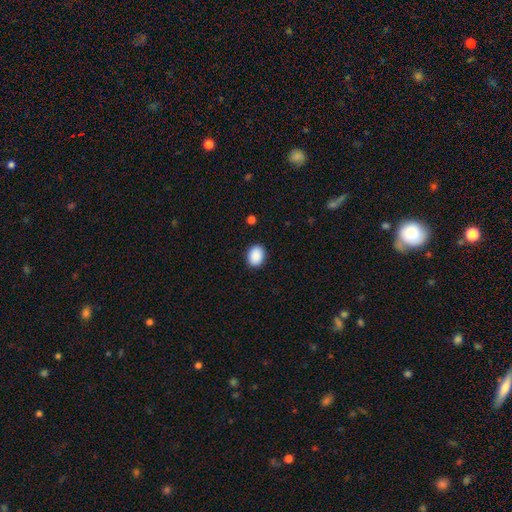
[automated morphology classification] The model was most divided on "how rounded": in between: 66%, round: 33%, cigar-shaped: 1%. More confident: smooth or featured — smooth (90%); merging — none (90%).